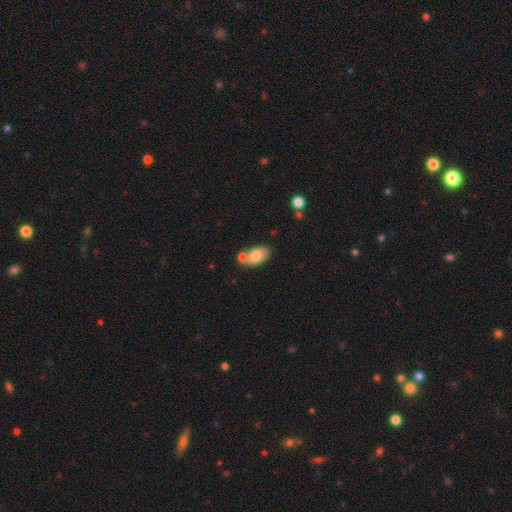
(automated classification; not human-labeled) smooth-or-featured: smooth: 77% | featured or disk: 16% | star or artifact: 8%
  how-rounded: in between: 90% | round: 8% | cigar-shaped: 2%
  merging: none: 52% | merger: 29% | minor disturbance: 15% | major disturbance: 4%